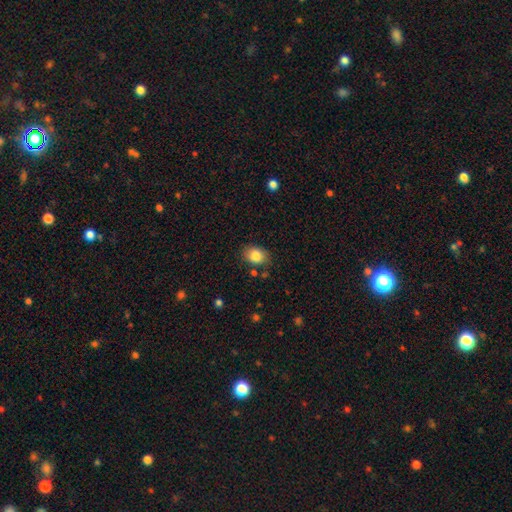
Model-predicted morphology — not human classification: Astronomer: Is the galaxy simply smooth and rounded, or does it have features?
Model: smooth — 85%.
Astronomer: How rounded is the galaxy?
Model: in between — 66%.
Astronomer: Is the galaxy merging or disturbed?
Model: none — 80%.